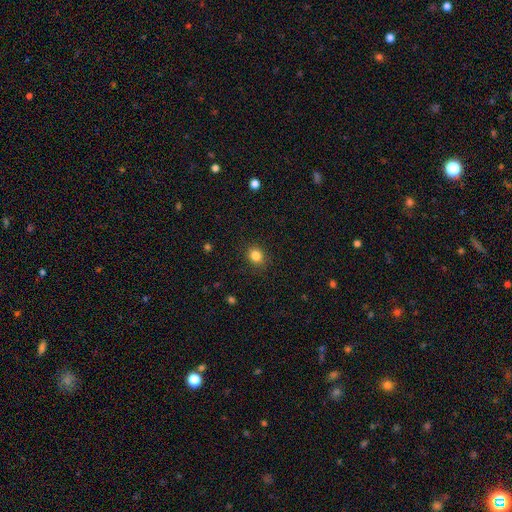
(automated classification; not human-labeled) smooth 84%, star or artifact 11%, featured or disk 5%. Down the decision tree: how rounded — round (71%); merging — none (88%).